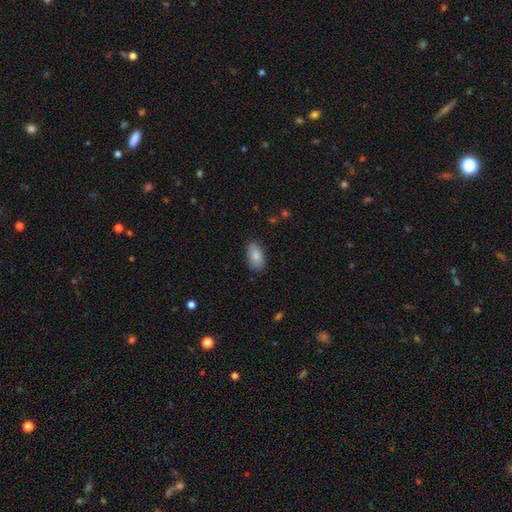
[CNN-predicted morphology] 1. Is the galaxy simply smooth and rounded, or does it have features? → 87% smooth, 7% star or artifact, 7% featured or disk.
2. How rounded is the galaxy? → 93% in between, 4% round, 2% cigar-shaped.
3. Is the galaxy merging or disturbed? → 84% none, 12% minor disturbance, 3% major disturbance, 1% merger.